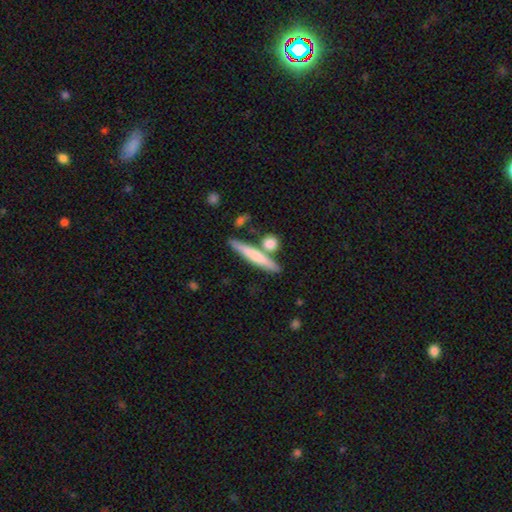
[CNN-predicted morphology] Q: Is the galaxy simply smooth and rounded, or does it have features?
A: smooth — 64%.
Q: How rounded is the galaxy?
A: cigar-shaped — 90%.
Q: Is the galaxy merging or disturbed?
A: none — 73%.